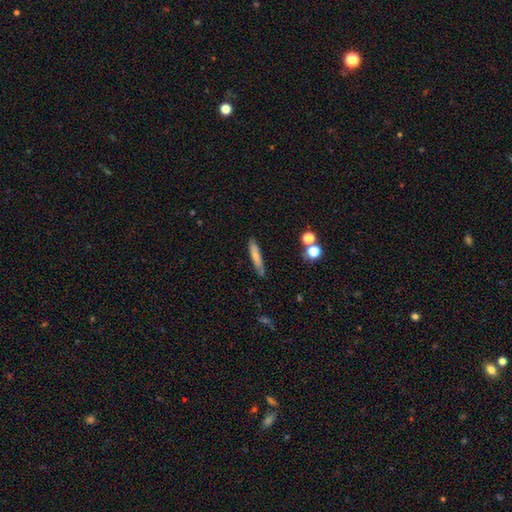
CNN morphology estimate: type=smooth (72%); roundness=cigar-shaped (90%); merging=none (80%).